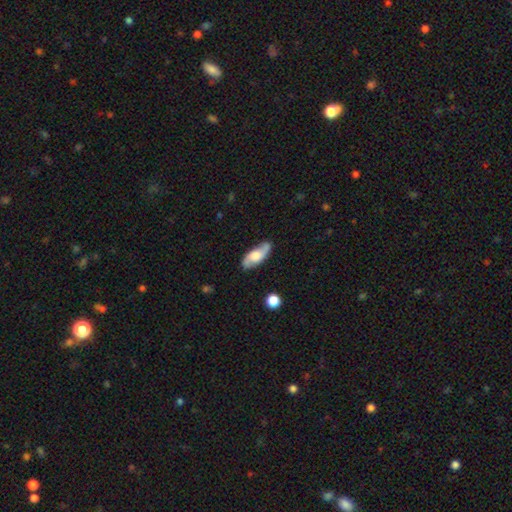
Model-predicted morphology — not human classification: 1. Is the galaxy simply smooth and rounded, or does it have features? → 59% featured or disk, 35% smooth, 6% star or artifact.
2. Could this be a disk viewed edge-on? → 83% no, 17% yes.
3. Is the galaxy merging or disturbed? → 80% none, 15% minor disturbance, 3% major disturbance, 2% merger.